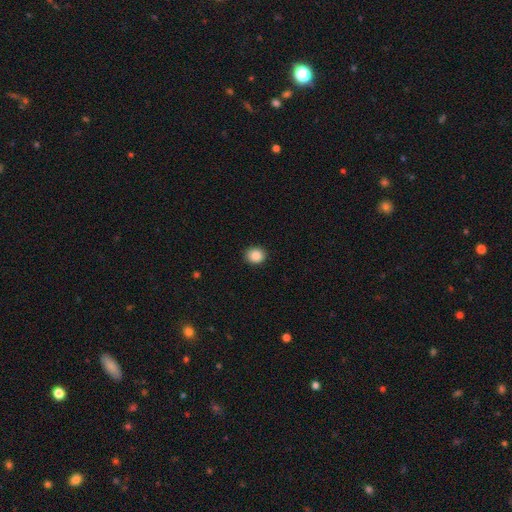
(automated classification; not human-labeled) Overall: smooth (88%). How rounded: round (79%). Merging: none (91%).